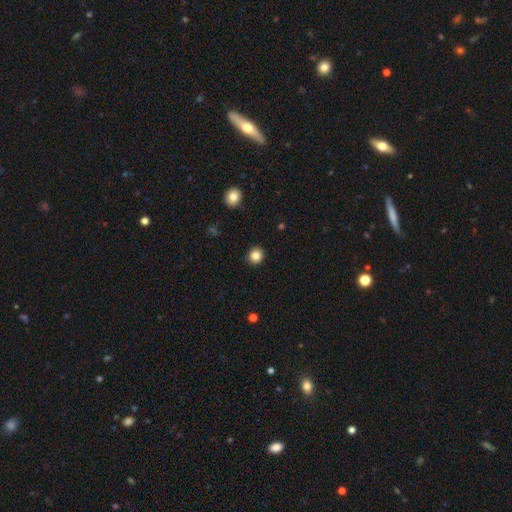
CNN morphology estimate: Smooth or featured? Predicted: smooth (p=0.84). How rounded? Predicted: round (p=0.91). Merging? Predicted: none (p=0.91).